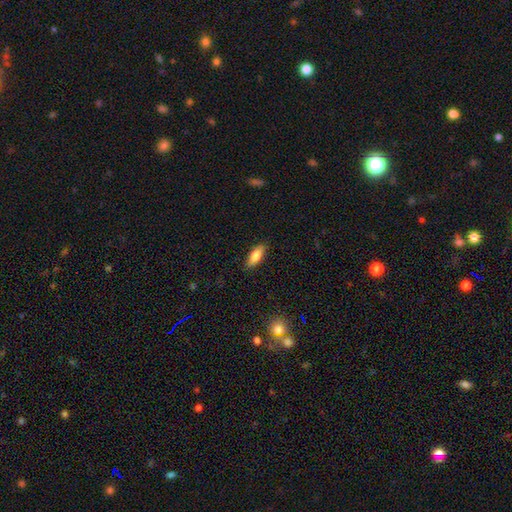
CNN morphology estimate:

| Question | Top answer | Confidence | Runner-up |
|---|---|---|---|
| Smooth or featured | smooth | 79% | featured or disk (14%) |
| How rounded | in between | 70% | cigar-shaped (28%) |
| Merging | none | 87% | minor disturbance (10%) |